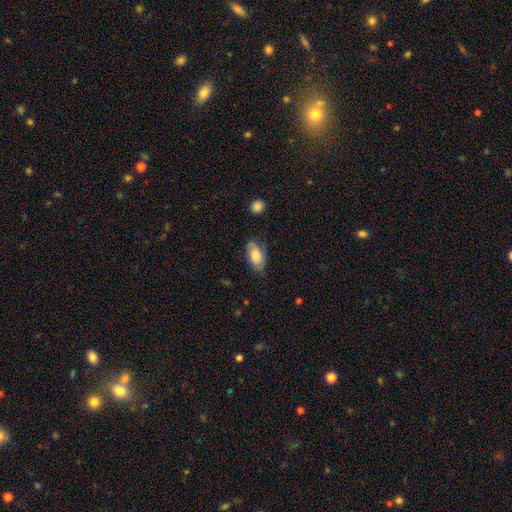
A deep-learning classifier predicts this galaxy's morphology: This appears to be a smooth galaxy with no disk features (69%) that is in between round and cigar-shaped (92%). Merging: none (69%).